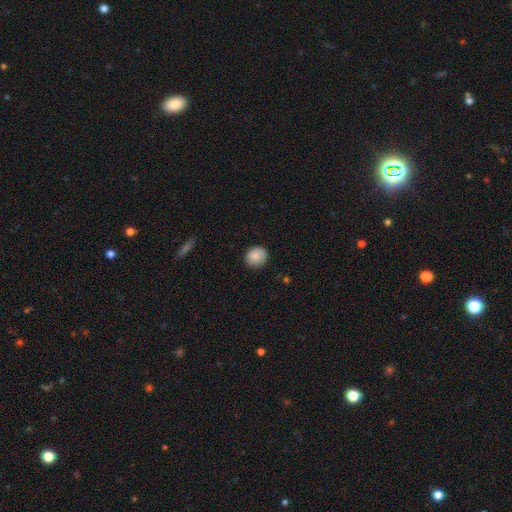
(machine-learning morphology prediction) smooth 86%, star or artifact 8%, featured or disk 6%. Down the decision tree: how rounded — round (76%); merging — none (85%).